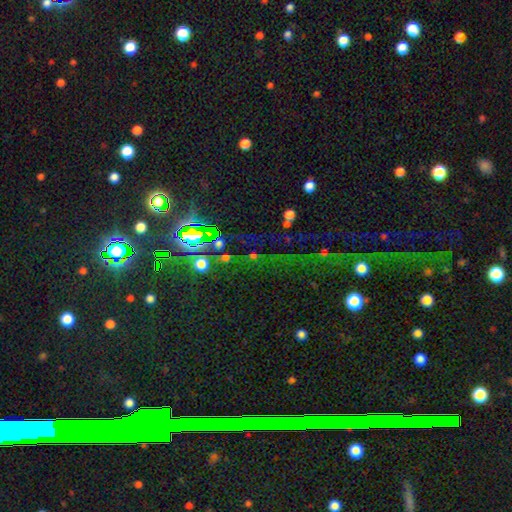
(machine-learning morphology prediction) A star or artifact, not a galaxy (77%).